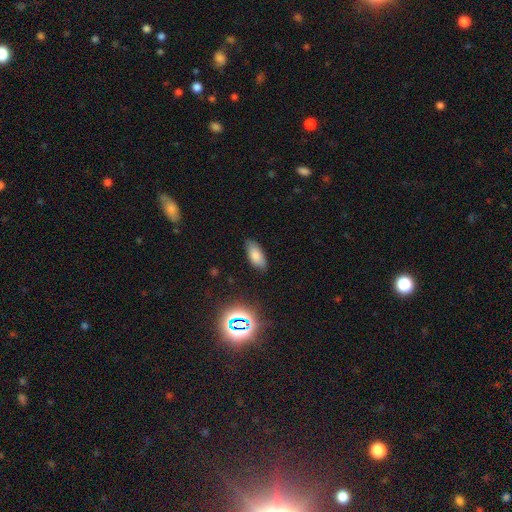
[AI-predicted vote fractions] A smooth galaxy with no disk features (77%) that is in between round and cigar-shaped (87%). Merging: none (81%).